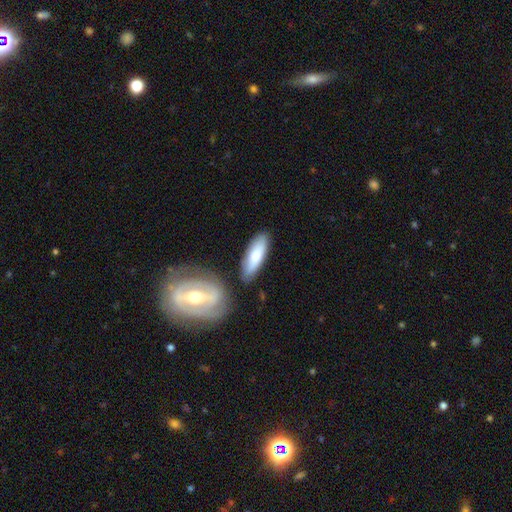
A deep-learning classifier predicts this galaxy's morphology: smooth-or-featured: smooth: 69% | featured or disk: 26% | star or artifact: 5%
  how-rounded: in between: 57% | cigar-shaped: 41% | round: 2%
  merging: none: 77% | minor disturbance: 13% | merger: 7% | major disturbance: 3%